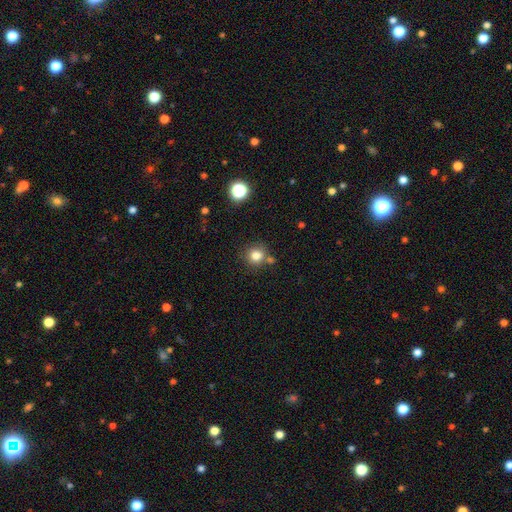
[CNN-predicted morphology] Smooth or featured? Predicted: smooth (p=0.81). How rounded? Predicted: round (p=0.89). Merging? Predicted: none (p=0.73).